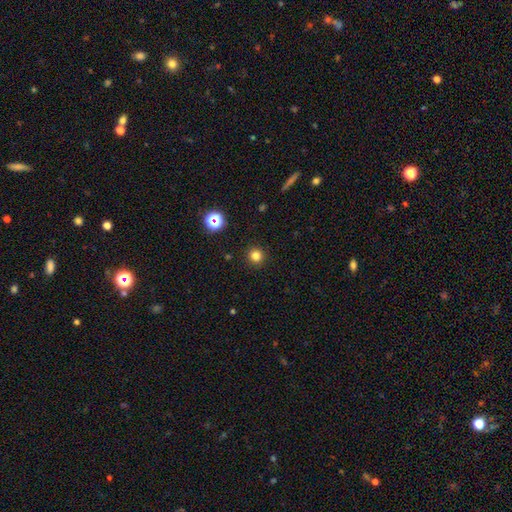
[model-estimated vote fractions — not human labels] A smooth galaxy with no disk features (80%) that is round (94%). Merging: none (92%).